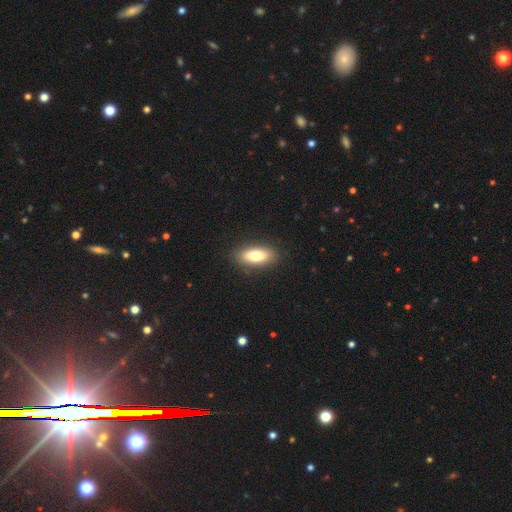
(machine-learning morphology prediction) A smooth galaxy with no disk features (78%) that is in between round and cigar-shaped (78%). Merging: none (87%).